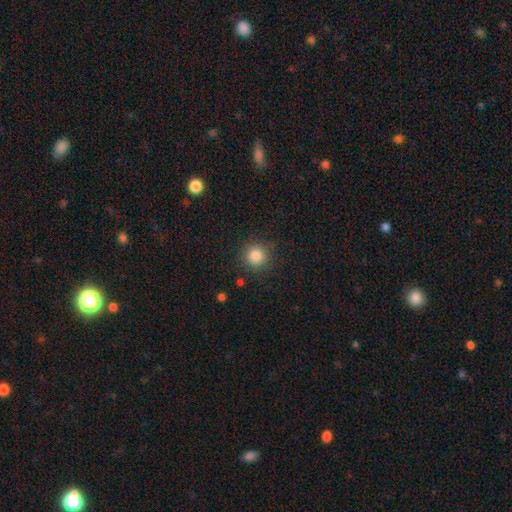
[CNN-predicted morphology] smooth-or-featured: smooth: 84% | star or artifact: 11% | featured or disk: 5%
  how-rounded: round: 94% | in between: 5% | cigar-shaped: 1%
  merging: none: 86% | minor disturbance: 9% | major disturbance: 3% | merger: 2%